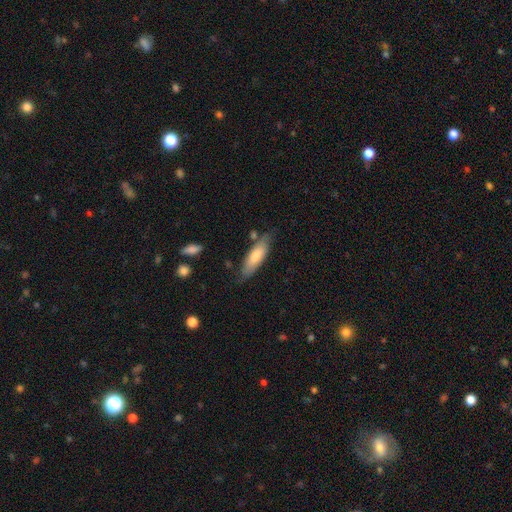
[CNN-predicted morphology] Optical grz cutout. It shows a smooth galaxy with no disk features (70%) that is cigar-shaped (54%). Merging: none (76%).